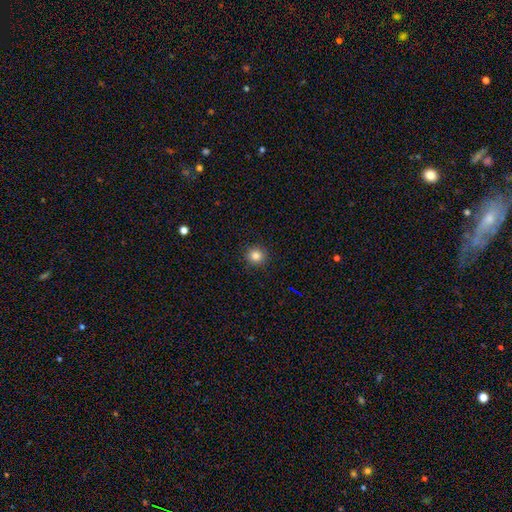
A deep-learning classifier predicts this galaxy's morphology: A smooth galaxy with no disk features (84%) that is round (93%). Merging: none (91%).